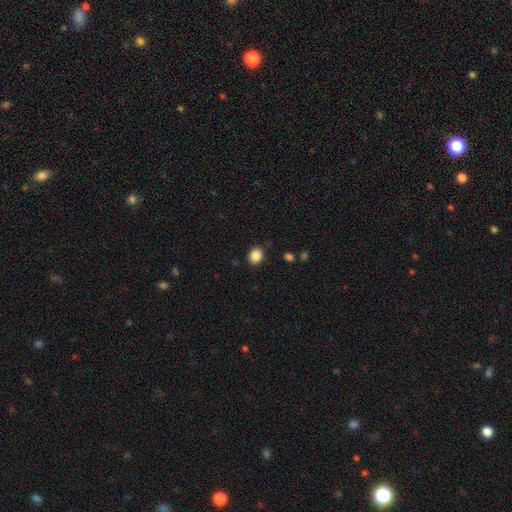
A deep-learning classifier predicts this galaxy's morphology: smooth_or_featured: smooth (p=0.86) [alt: star or artifact p=0.10]
how_rounded: round (p=0.60) [alt: in between p=0.39]
merging: none (p=0.87) [alt: minor disturbance p=0.09]